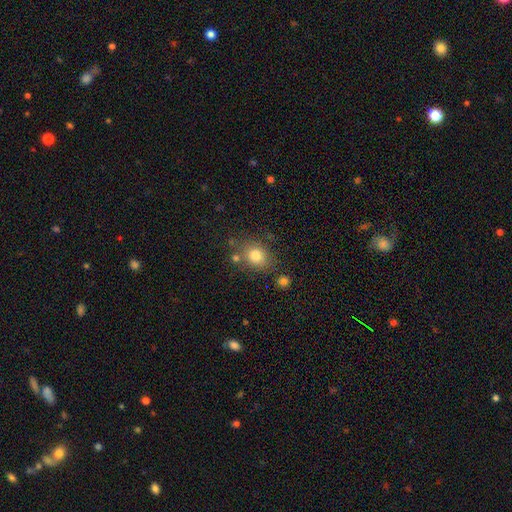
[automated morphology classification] Smooth or featured? smooth (80%)
How rounded? round (61%)
Merging? none (70%)